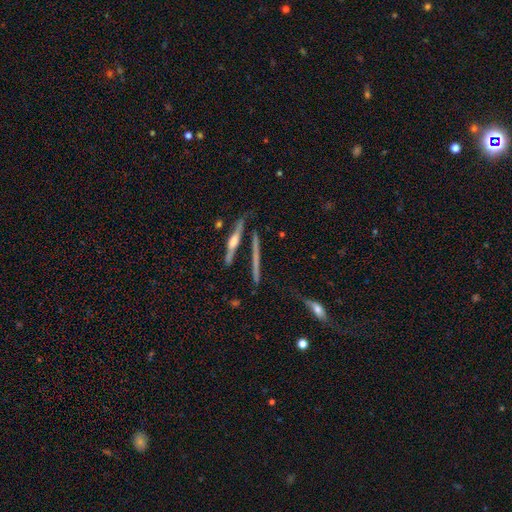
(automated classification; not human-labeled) Morphology: type=featured or disk (71%); edge-on=yes (93%); edge-on bulge=rounded (68%); merging=none (73%).